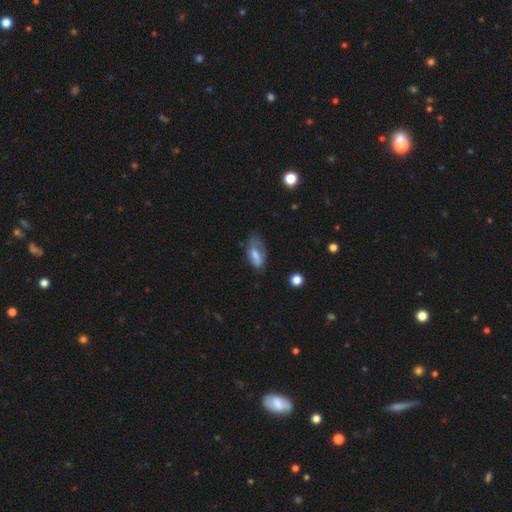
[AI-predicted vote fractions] This is likely a smooth galaxy (63%). How rounded: clearly in between (85%). Merging: marginally none (42%).